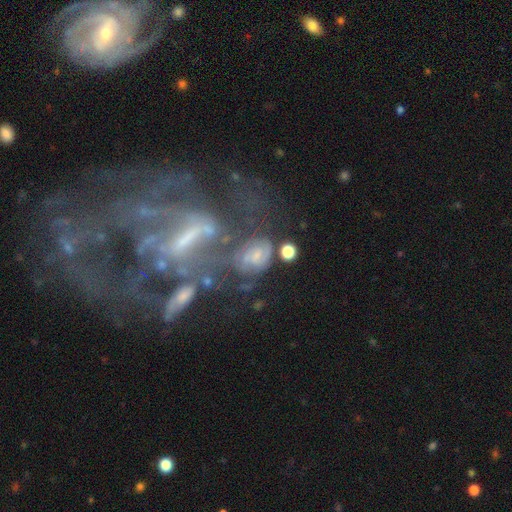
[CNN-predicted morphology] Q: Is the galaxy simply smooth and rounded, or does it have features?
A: featured or disk — 53%.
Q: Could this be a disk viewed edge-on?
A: no — 94%.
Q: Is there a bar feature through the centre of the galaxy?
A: no — 50%.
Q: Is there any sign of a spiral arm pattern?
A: yes — 68%.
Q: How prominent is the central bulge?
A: small — 41%.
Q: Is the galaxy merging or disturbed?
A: none — 37%.